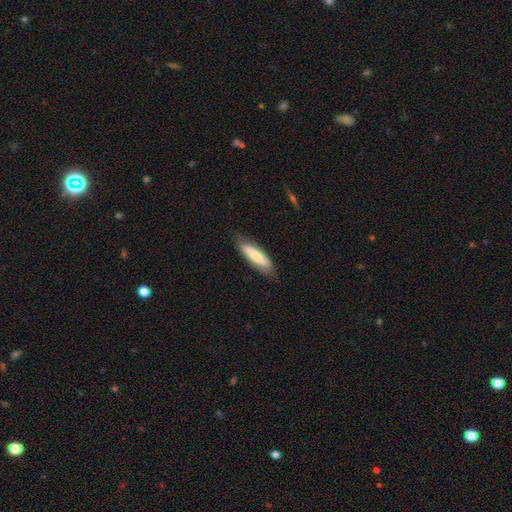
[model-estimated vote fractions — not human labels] Smooth or featured?
  - smooth: 70% *
  - featured or disk: 24%
  - star or artifact: 5%
How rounded?
  - cigar-shaped: 68% *
  - in between: 30%
  - round: 1%
Merging?
  - none: 82% *
  - minor disturbance: 14%
  - major disturbance: 3%
  - merger: 1%